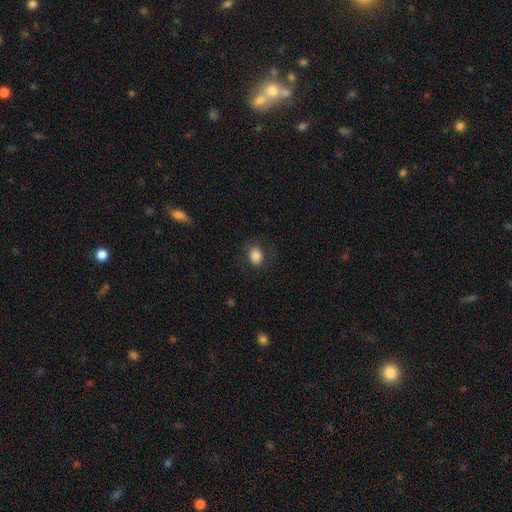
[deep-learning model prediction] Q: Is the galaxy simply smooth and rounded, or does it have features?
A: smooth — 84%.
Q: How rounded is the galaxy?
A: in between — 53%.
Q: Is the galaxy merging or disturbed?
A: none — 81%.